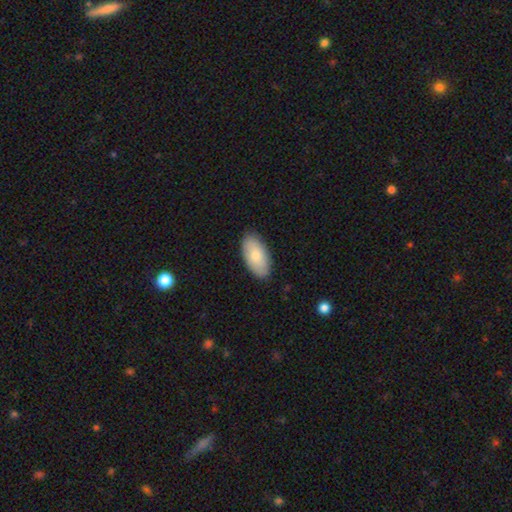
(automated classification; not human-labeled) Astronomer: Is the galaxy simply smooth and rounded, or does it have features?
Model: smooth — 78%.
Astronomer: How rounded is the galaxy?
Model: in between — 95%.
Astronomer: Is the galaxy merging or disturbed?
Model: none — 87%.